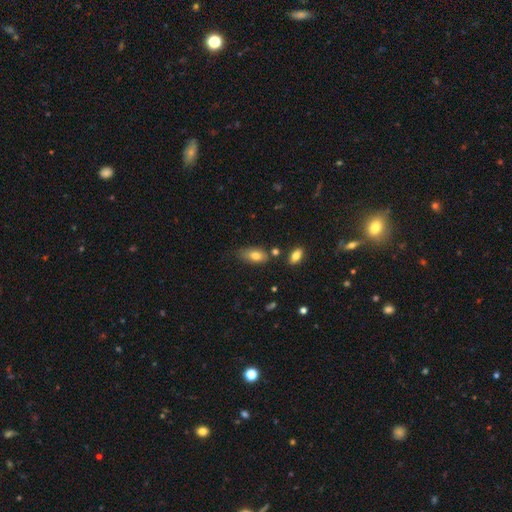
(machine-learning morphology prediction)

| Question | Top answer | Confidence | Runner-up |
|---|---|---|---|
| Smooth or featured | smooth | 78% | featured or disk (14%) |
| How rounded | in between | 88% | cigar-shaped (7%) |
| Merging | none | 62% | minor disturbance (24%) |